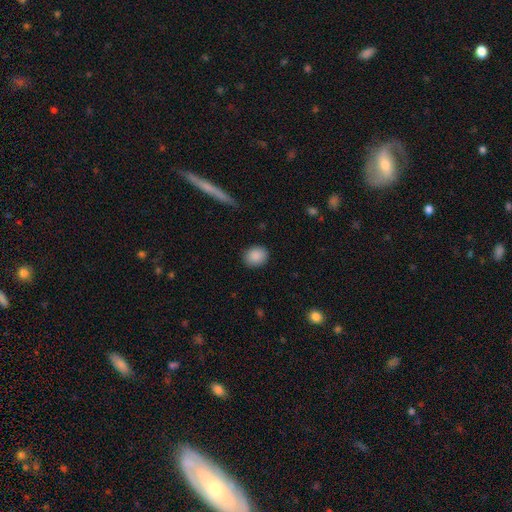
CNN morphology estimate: type=smooth (89%); roundness=round (57%); merging=none (87%).